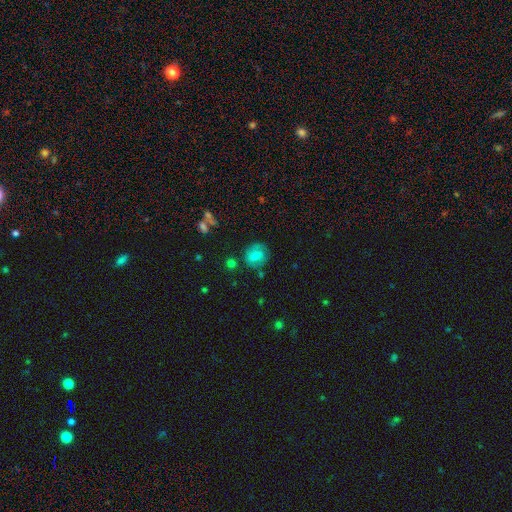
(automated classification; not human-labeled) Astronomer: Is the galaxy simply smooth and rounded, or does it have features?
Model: smooth — 59%.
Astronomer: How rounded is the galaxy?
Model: round — 72%.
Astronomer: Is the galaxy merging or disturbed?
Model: none — 73%.